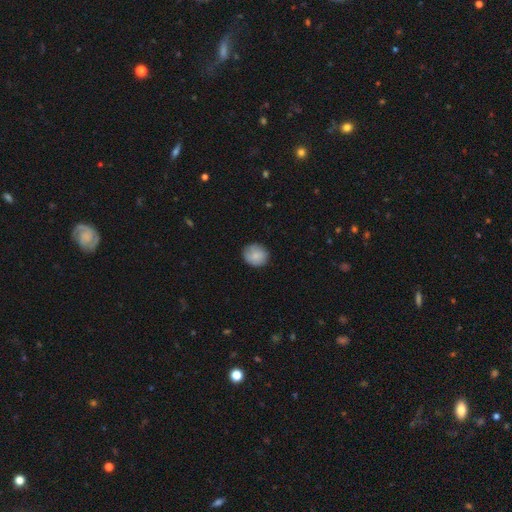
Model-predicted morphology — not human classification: Smooth or featured?
  - smooth: 85% *
  - featured or disk: 8%
  - star or artifact: 7%
How rounded?
  - round: 84% *
  - in between: 15%
  - cigar-shaped: 1%
Merging?
  - none: 84% *
  - minor disturbance: 12%
  - major disturbance: 2%
  - merger: 1%